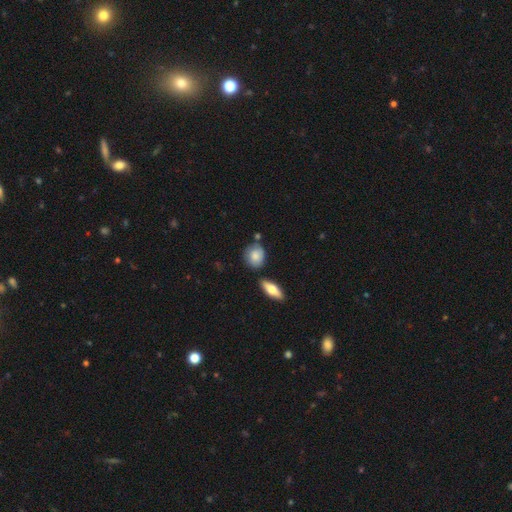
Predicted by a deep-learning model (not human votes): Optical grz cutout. It shows a smooth galaxy with no disk features (80%) that is round (57%). Merging: none (70%).